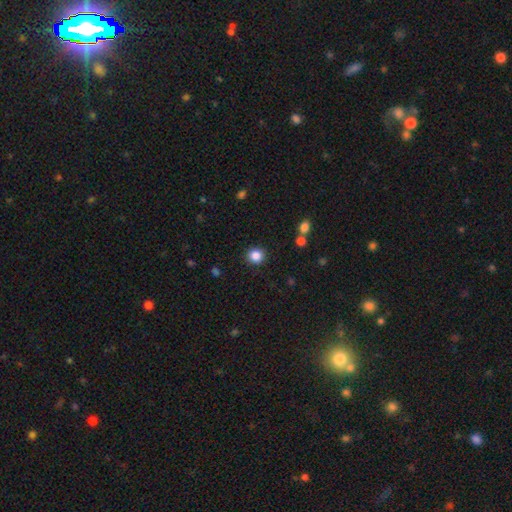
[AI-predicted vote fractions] This is clearly a smooth galaxy (85%). How rounded: clearly round (89%). Merging: clearly none (90%).